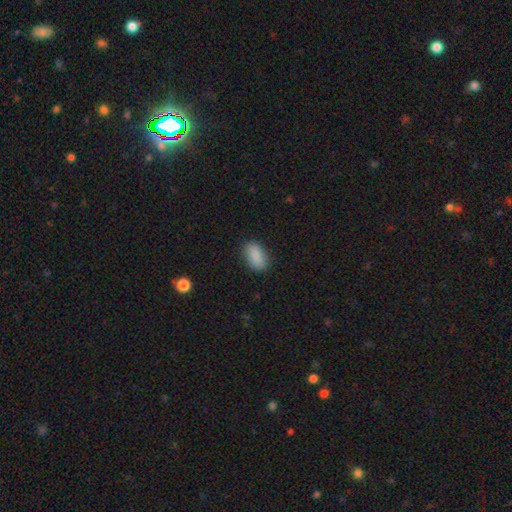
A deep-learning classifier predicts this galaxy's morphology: smooth-or-featured: smooth: 88% | star or artifact: 8% | featured or disk: 4%
  how-rounded: in between: 91% | round: 6% | cigar-shaped: 3%
  merging: none: 83% | minor disturbance: 13% | major disturbance: 3% | merger: 1%